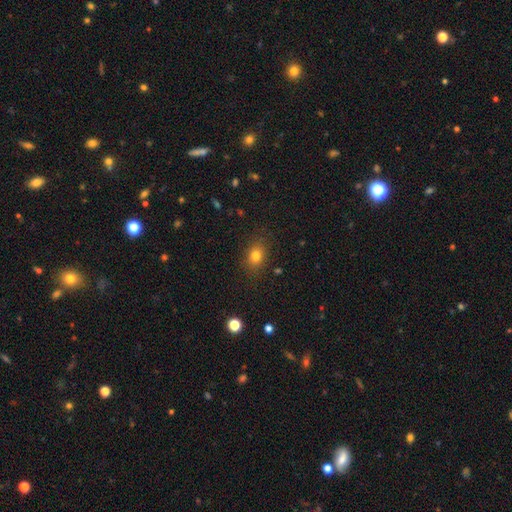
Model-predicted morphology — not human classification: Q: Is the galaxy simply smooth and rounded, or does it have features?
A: smooth — 78%.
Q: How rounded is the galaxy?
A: in between — 62%.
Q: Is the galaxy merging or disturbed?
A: none — 83%.